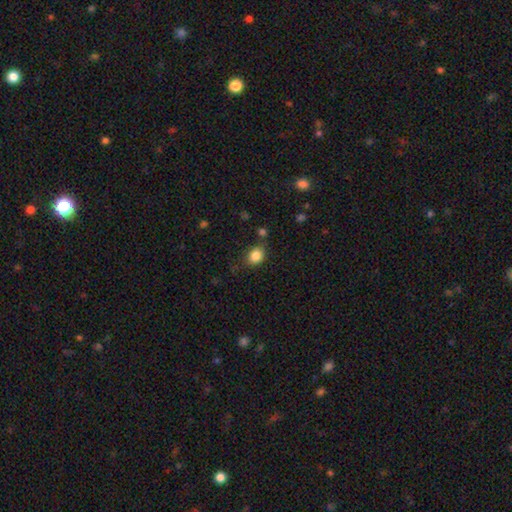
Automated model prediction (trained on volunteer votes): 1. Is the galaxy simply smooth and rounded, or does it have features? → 85% smooth, 10% star or artifact, 5% featured or disk.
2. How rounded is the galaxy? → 50% round, 49% in between, 1% cigar-shaped.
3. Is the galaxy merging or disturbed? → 74% none, 16% minor disturbance, 5% merger, 5% major disturbance.